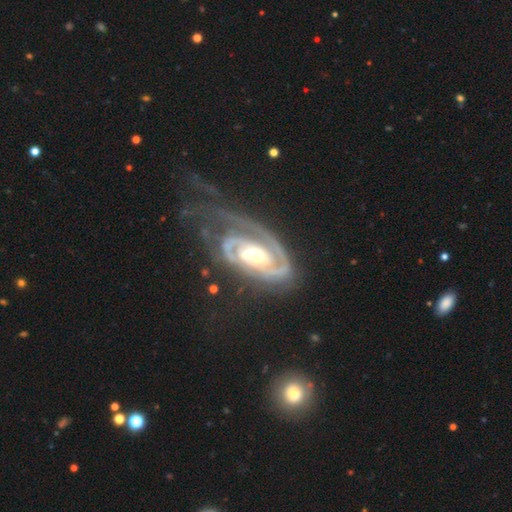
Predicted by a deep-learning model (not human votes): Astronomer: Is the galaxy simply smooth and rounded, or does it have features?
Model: featured or disk — 92%.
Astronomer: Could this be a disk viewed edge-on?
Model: no — 96%.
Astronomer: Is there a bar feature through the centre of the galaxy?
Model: no — 41% (runner-up: weak, 34%).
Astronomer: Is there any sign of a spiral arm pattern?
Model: yes — 97%.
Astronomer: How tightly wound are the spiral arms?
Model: tight — 60%.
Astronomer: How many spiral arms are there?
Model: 2 — 56%.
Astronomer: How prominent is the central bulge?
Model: moderate — 63%.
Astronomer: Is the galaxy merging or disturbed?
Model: none — 39% (runner-up: major disturbance, 35%).